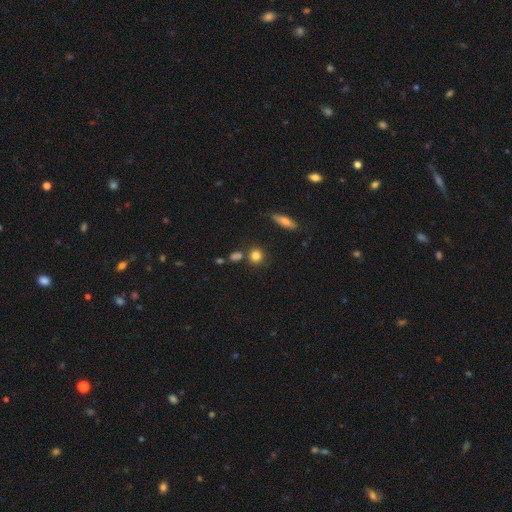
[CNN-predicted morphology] This appears to be a smooth galaxy with no disk features (81%) that is round (85%). Merging: none (76%).